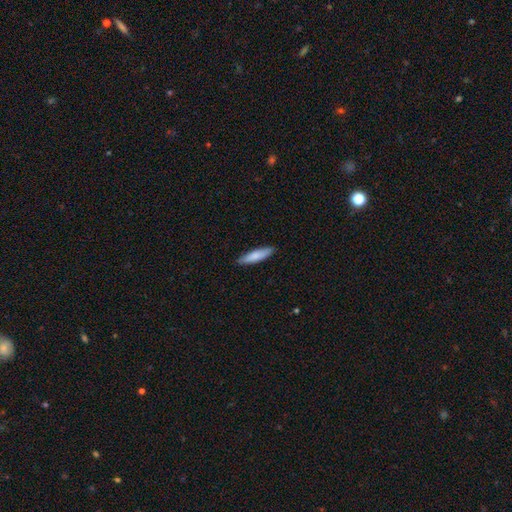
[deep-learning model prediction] A smooth galaxy with no disk features (80%) that is cigar-shaped (77%).

Vote fractions:
- Smooth or featured? smooth: 80% / featured or disk: 15% / star or artifact: 5%
- How rounded? cigar-shaped: 77% / in between: 22% / round: 1%
- Merging? none: 88% / minor disturbance: 9% / major disturbance: 2% / merger: 1%